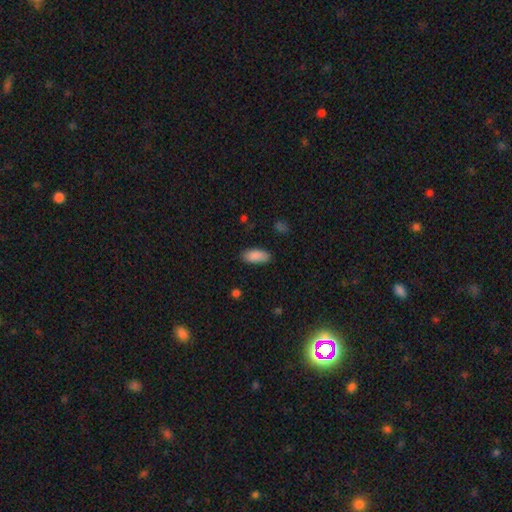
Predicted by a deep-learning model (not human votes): Q: Smooth or featured?
A: smooth (89%); runner-up: star or artifact (7%)
Q: How rounded?
A: in between (89%); runner-up: cigar-shaped (10%)
Q: Merging?
A: none (85%); runner-up: minor disturbance (11%)